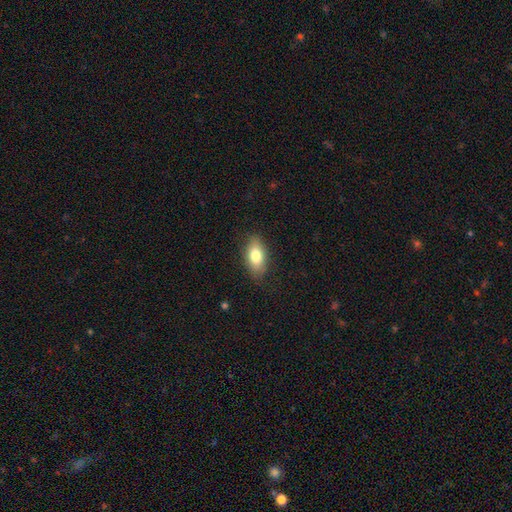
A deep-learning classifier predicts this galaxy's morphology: smooth 79%, featured or disk 14%, star or artifact 7%. Down the decision tree: how rounded — in between (89%); merging — none (84%).